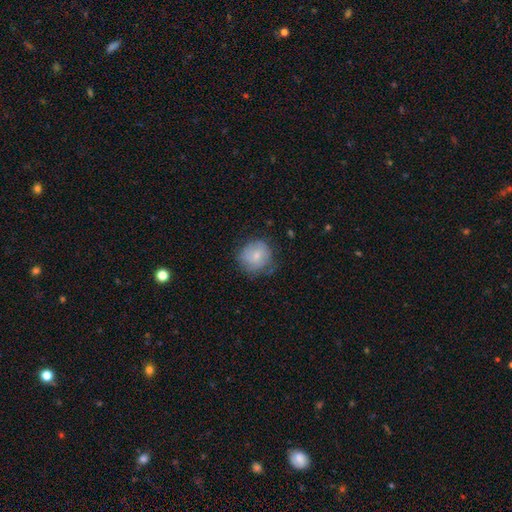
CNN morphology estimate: The model was most divided on "merging": none: 64%, minor disturbance: 26%, major disturbance: 9%, merger: 2%. More confident: how rounded — round (87%); smooth or featured — smooth (70%).